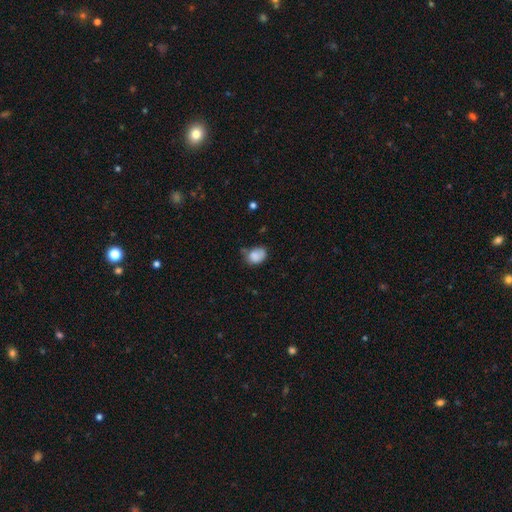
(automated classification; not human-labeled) This appears to be a smooth galaxy with no disk features (82%) that is in between round and cigar-shaped (68%). Merging: none (43%).